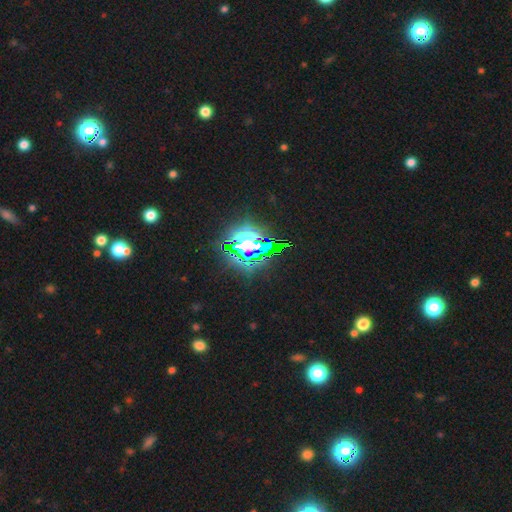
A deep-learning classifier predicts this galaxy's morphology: Smooth or featured? Predicted: star or artifact (p=0.75).